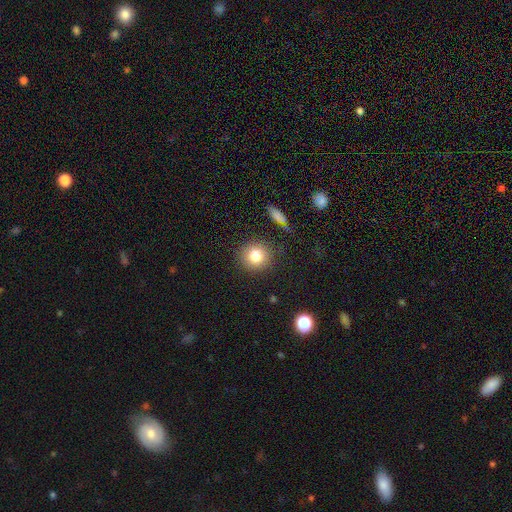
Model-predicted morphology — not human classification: This appears to be a smooth galaxy with no disk features (81%) that is round (90%). Merging: none (87%).